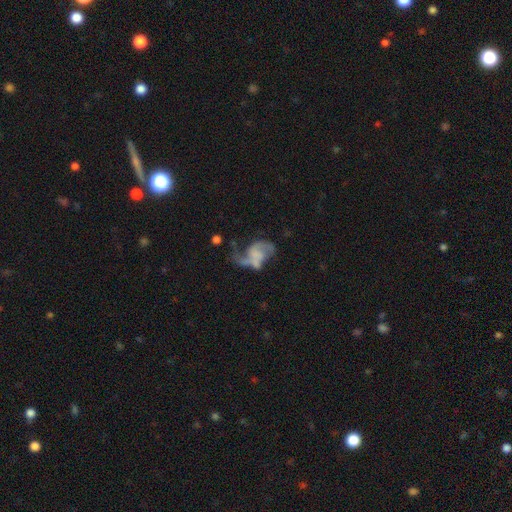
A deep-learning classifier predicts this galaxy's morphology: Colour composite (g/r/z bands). It shows a featured or disk galaxy (69%) with no bar (61%), 2 (75%) loose (65%) spiral arms (78%) and no central bulge (66%). Merging: major disturbance (40%).